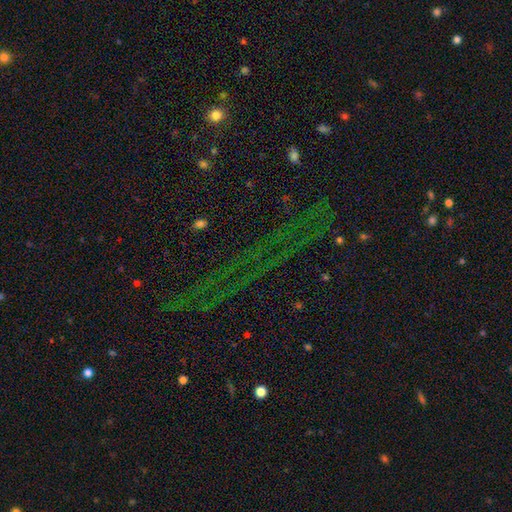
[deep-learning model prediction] Q: Smooth or featured?
A: star or artifact (74%); runner-up: smooth (14%)